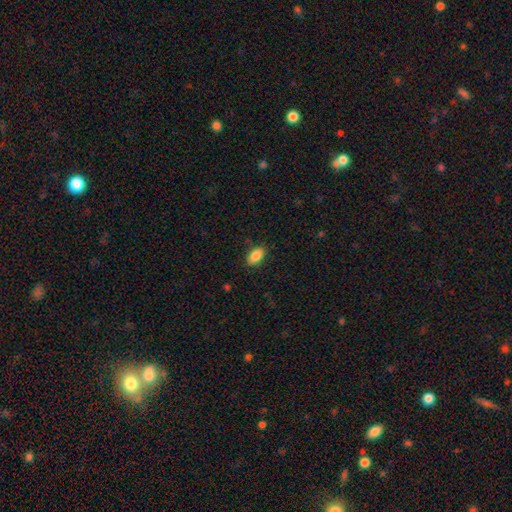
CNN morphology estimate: Smooth or featured? smooth (87%)
How rounded? in between (92%)
Merging? none (86%)